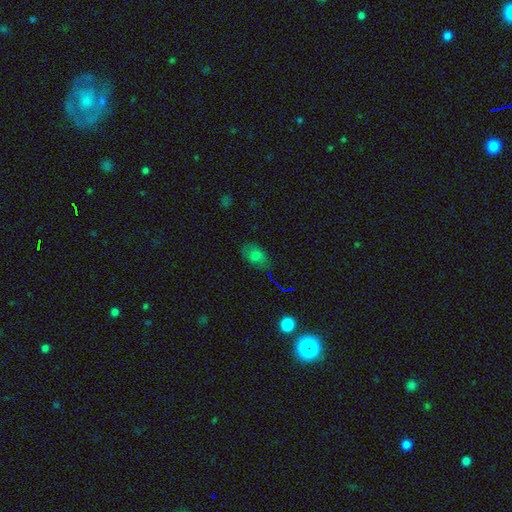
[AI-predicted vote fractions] Smooth or featured? smooth (71%)
How rounded? in between (87%)
Merging? none (73%)